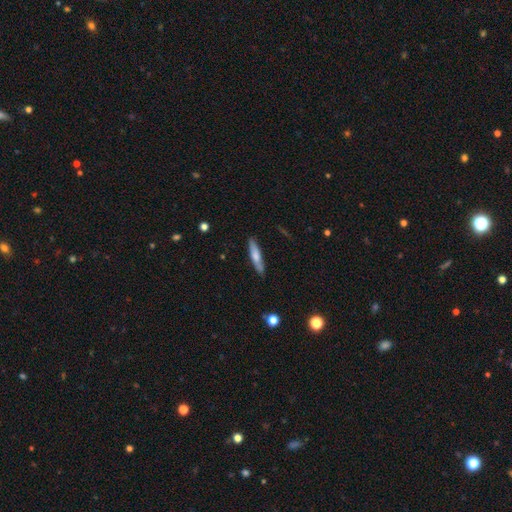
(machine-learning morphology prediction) A smooth galaxy with no disk features (65%) that is cigar-shaped (85%).

Vote fractions:
- Smooth or featured? smooth: 65% / featured or disk: 29% / star or artifact: 6%
- How rounded? cigar-shaped: 85% / in between: 13% / round: 2%
- Merging? none: 84% / minor disturbance: 12% / major disturbance: 2% / merger: 2%